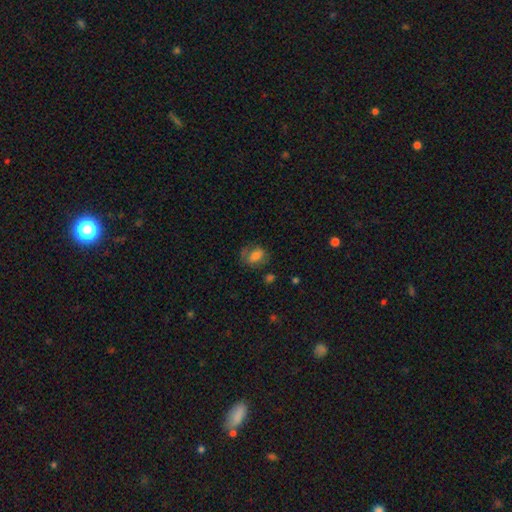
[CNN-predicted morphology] This appears to be a smooth galaxy with no disk features (69%) that is in between round and cigar-shaped (73%). Merging: none (57%).